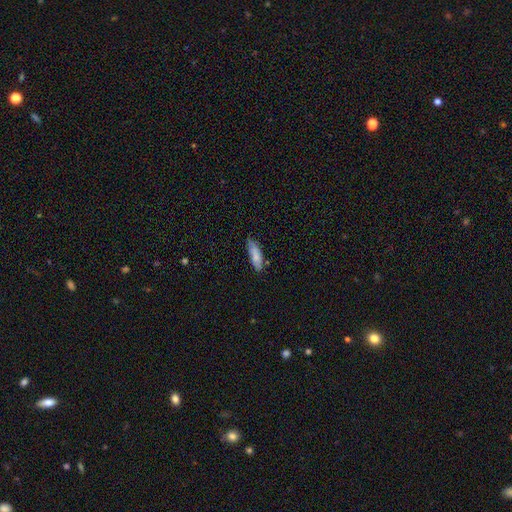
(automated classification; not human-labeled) Q: Smooth or featured?
A: smooth (80%); runner-up: featured or disk (14%)
Q: How rounded?
A: in between (51%); runner-up: cigar-shaped (48%)
Q: Merging?
A: none (73%); runner-up: minor disturbance (21%)